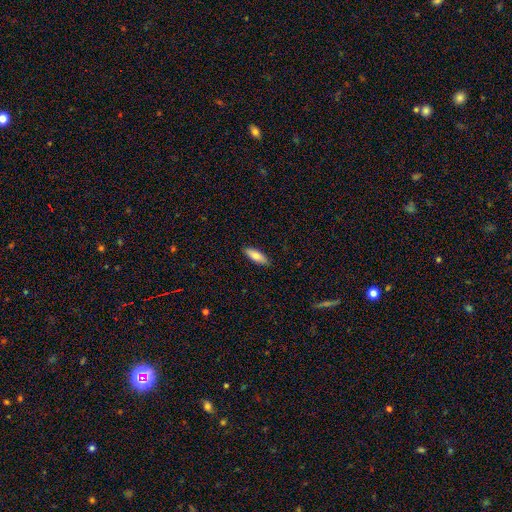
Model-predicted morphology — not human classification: This is likely a smooth galaxy (79%). How rounded: likely in between (63%). Merging: clearly none (89%).